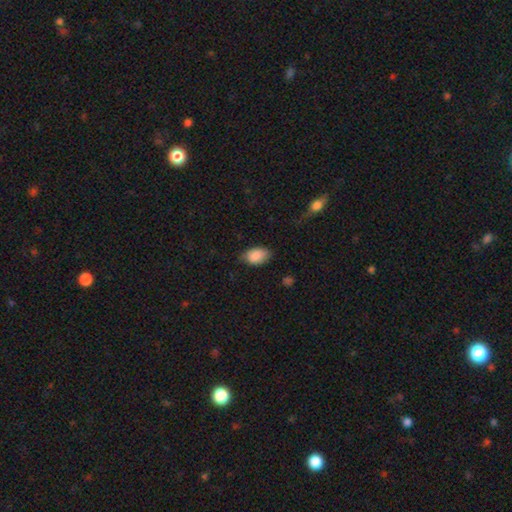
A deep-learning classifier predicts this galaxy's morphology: The model was most divided on "merging": none: 68%, minor disturbance: 25%, major disturbance: 5%, merger: 1%. More confident: how rounded — in between (89%); smooth or featured — smooth (88%).